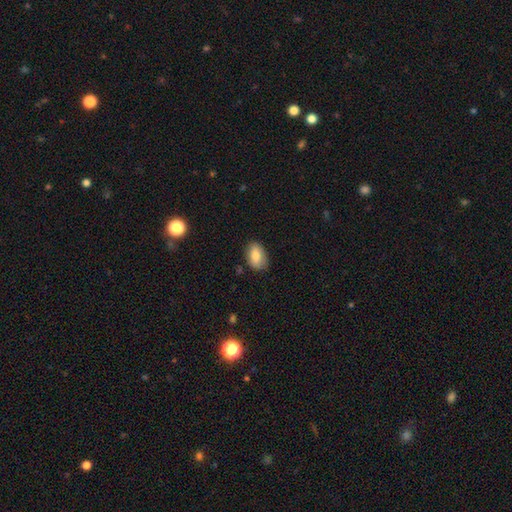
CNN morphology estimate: smooth-or-featured: smooth: 81% | featured or disk: 11% | star or artifact: 7%
  how-rounded: in between: 87% | round: 11% | cigar-shaped: 1%
  merging: none: 80% | minor disturbance: 16% | major disturbance: 3% | merger: 1%